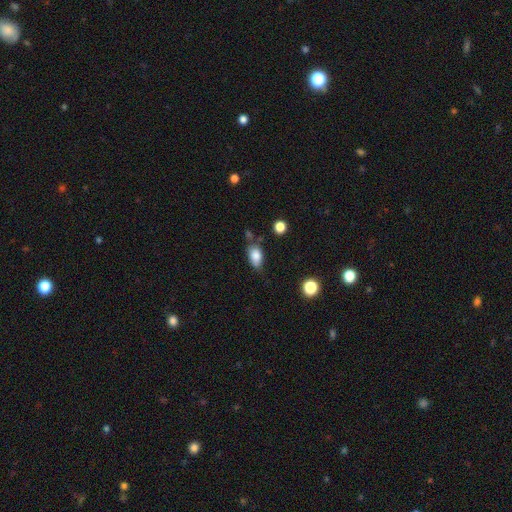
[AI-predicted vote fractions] The model was most divided on "merging": none: 59%, minor disturbance: 27%, merger: 8%, major disturbance: 7%. More confident: how rounded — in between (86%); smooth or featured — smooth (83%).